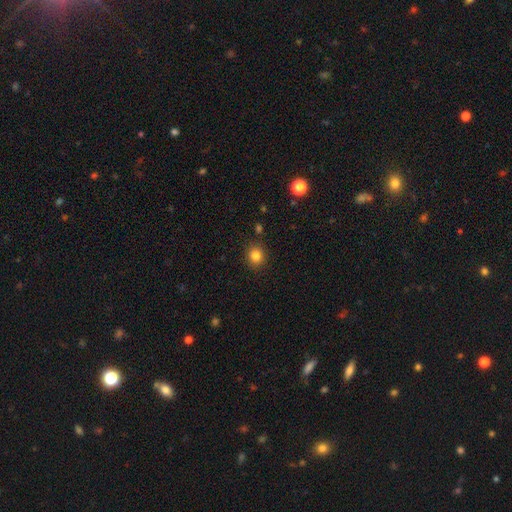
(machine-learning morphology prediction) type=smooth (83%); roundness=round (82%); merging=none (88%).